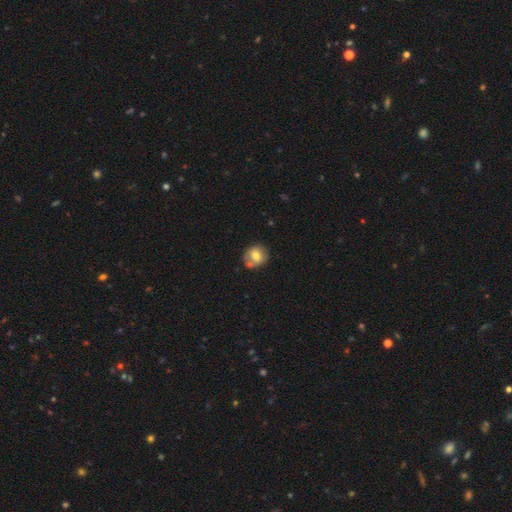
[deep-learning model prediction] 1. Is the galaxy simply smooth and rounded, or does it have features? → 69% smooth, 23% featured or disk, 9% star or artifact.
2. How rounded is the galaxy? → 77% round, 22% in between, 1% cigar-shaped.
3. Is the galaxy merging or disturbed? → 57% none, 21% minor disturbance, 17% merger, 6% major disturbance.